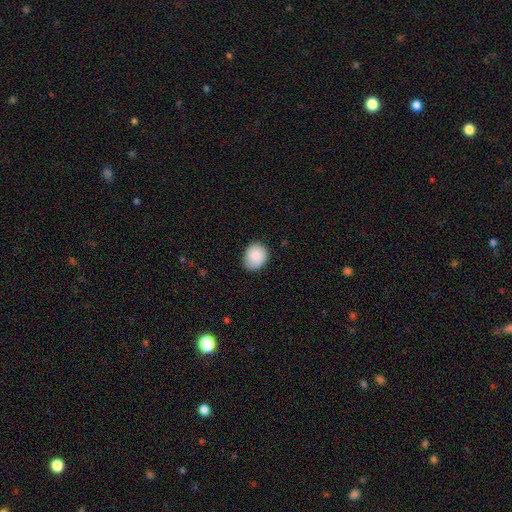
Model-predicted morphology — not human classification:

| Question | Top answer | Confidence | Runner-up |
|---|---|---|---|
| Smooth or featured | smooth | 88% | star or artifact (7%) |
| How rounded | round | 53% | in between (47%) |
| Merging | none | 78% | minor disturbance (18%) |